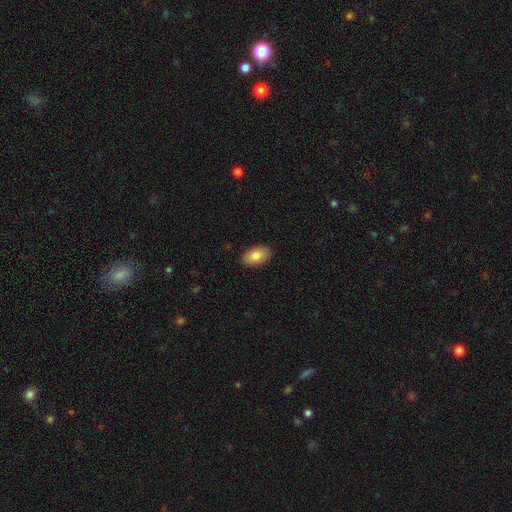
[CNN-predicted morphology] Overall: smooth (84%). How rounded: in between (94%). Merging: none (89%).